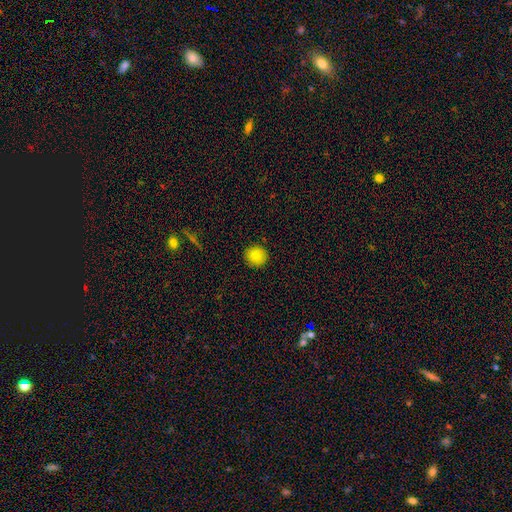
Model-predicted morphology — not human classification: Smooth or featured?
  - smooth: 81% *
  - star or artifact: 10%
  - featured or disk: 9%
How rounded?
  - round: 94% *
  - in between: 5%
  - cigar-shaped: 1%
Merging?
  - none: 92% *
  - minor disturbance: 5%
  - major disturbance: 2%
  - merger: 1%